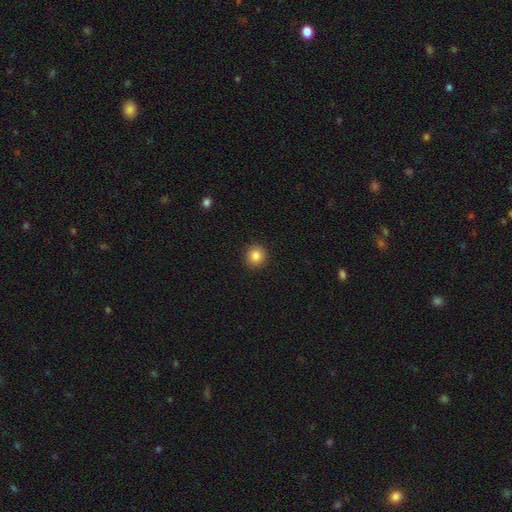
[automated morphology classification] smooth-or-featured: smooth: 85% | star or artifact: 10% | featured or disk: 5%
  how-rounded: round: 91% | in between: 8% | cigar-shaped: 1%
  merging: none: 92% | minor disturbance: 5% | major disturbance: 2% | merger: 1%